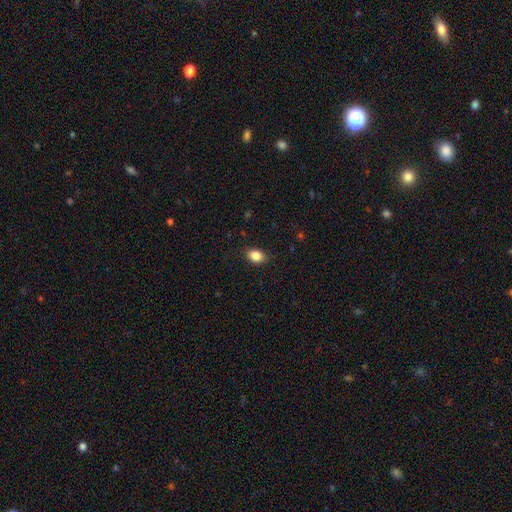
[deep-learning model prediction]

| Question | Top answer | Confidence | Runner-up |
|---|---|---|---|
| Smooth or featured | smooth | 86% | star or artifact (9%) |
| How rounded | in between | 76% | round (22%) |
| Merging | none | 85% | minor disturbance (12%) |